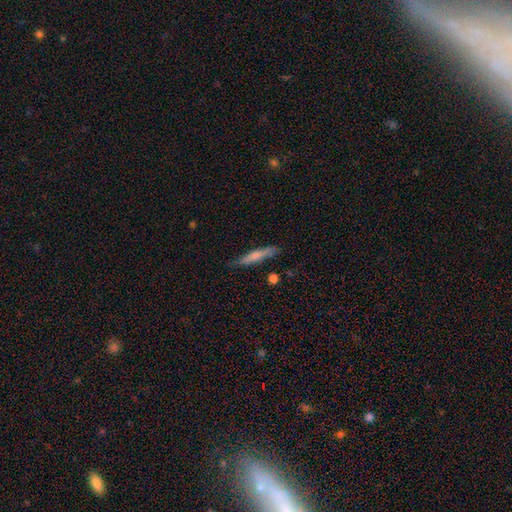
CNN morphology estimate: Smooth or featured: smooth — 65% (featured or disk — 29%)
How rounded: cigar-shaped — 90% (in between — 8%)
Merging: none — 79% (minor disturbance — 16%)